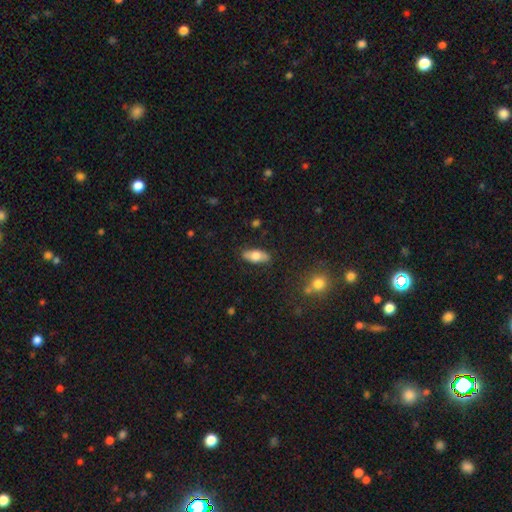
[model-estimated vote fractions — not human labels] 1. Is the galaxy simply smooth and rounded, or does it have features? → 69% smooth, 25% featured or disk, 7% star or artifact.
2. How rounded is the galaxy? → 82% in between, 15% cigar-shaped, 3% round.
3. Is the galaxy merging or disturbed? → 85% none, 11% minor disturbance, 3% major disturbance, 1% merger.